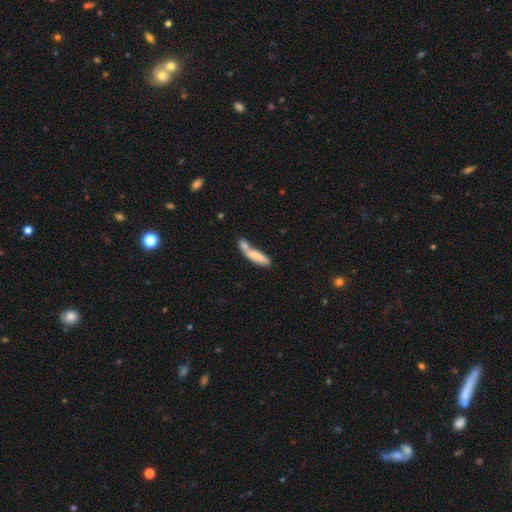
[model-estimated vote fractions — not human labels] Smooth or featured: smooth — 74% (featured or disk — 19%)
How rounded: cigar-shaped — 63% (in between — 35%)
Merging: merger — 54% (none — 29%)